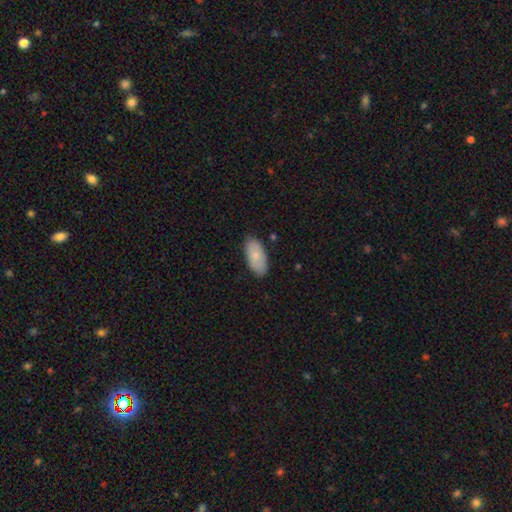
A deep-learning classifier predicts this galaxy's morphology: A smooth galaxy with no disk features (78%) that is in between round and cigar-shaped (93%).

Vote fractions:
- Smooth or featured? smooth: 78% / featured or disk: 15% / star or artifact: 6%
- How rounded? in between: 93% / cigar-shaped: 4% / round: 2%
- Merging? none: 84% / minor disturbance: 13% / major disturbance: 2% / merger: 1%